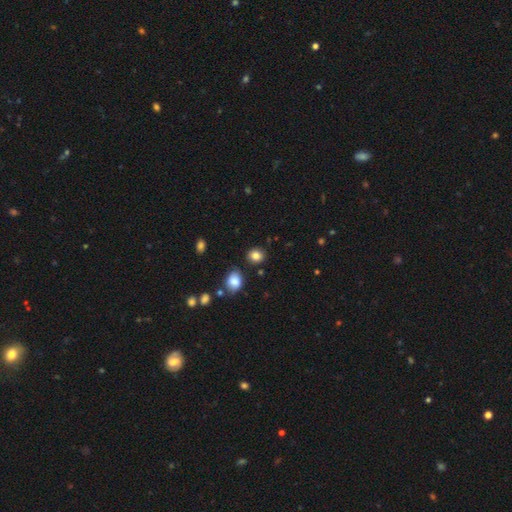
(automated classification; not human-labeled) This is clearly a smooth galaxy (84%). How rounded: likely round (70%). Merging: clearly none (83%).